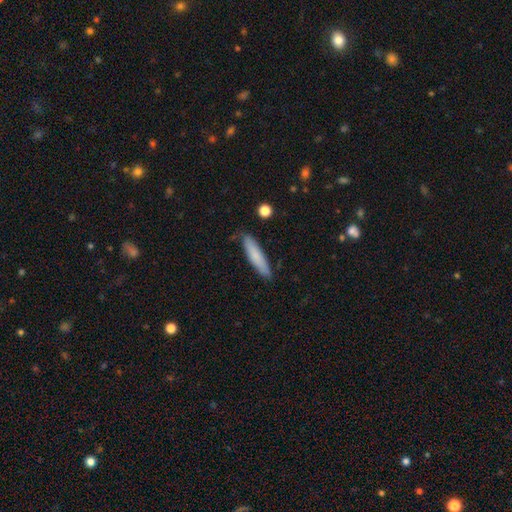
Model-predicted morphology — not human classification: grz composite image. It shows a smooth galaxy with no disk features (80%) that is cigar-shaped (82%). Merging: none (84%).